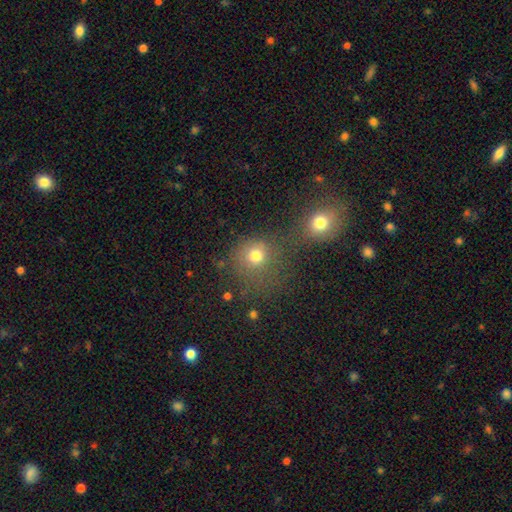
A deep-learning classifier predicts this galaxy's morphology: This appears to be a smooth galaxy with no disk features (73%) that is round (84%). Merging: none (52%).